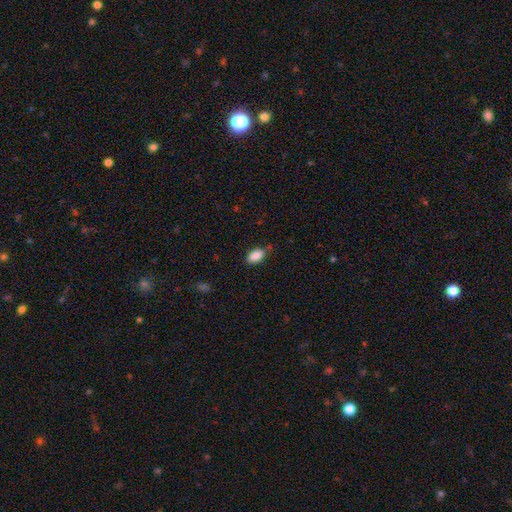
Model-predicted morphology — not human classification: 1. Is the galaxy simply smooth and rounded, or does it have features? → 88% smooth, 8% star or artifact, 4% featured or disk.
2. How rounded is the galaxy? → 93% in between, 5% round, 3% cigar-shaped.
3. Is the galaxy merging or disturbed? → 76% none, 17% minor disturbance, 3% major disturbance, 3% merger.